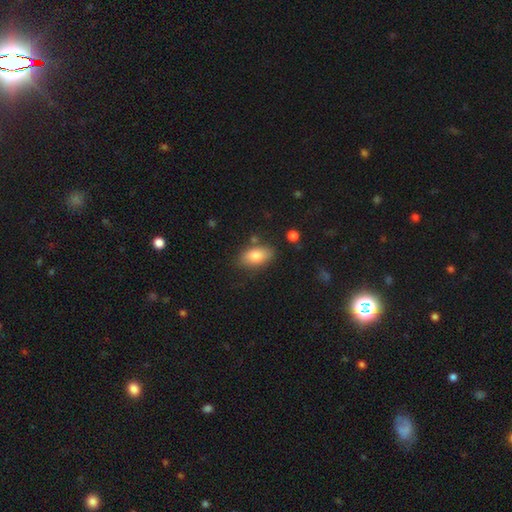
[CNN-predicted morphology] Smooth or featured? Predicted: smooth (p=0.81). How rounded? Predicted: in between (p=0.91). Merging? Predicted: none (p=0.78).